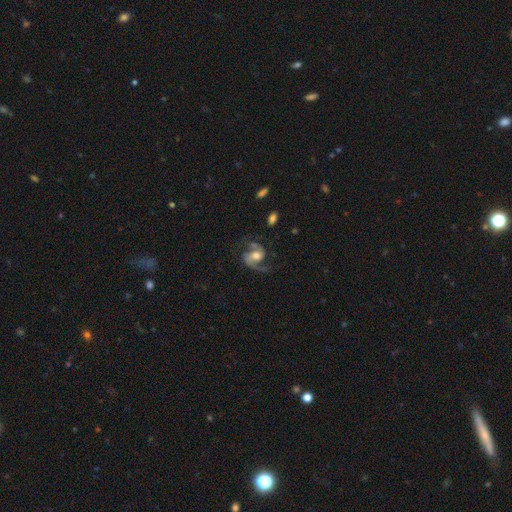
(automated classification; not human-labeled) Smooth or featured? Predicted: featured or disk (p=0.85). Edge-on disk? Predicted: no (p=0.97). Bar? Predicted: no (p=0.46). Spiral arms? Predicted: yes (p=0.96). Spiral winding? Predicted: medium (p=0.51). Spiral arm count? Predicted: 2 (p=0.88). Bulge size? Predicted: moderate (p=0.55). Merging? Predicted: none (p=0.65).